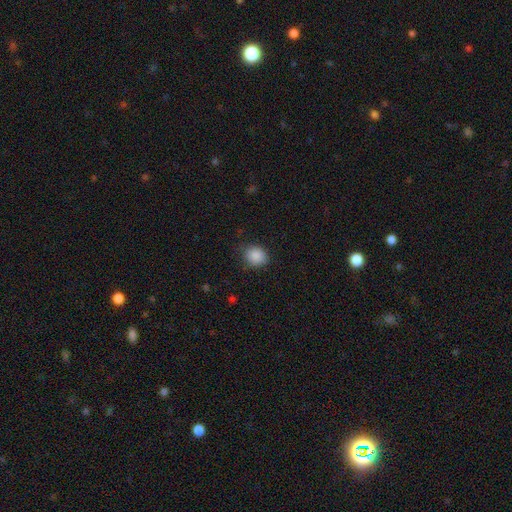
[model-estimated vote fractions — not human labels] Q: Smooth or featured?
A: smooth (88%); runner-up: star or artifact (9%)
Q: How rounded?
A: round (74%); runner-up: in between (25%)
Q: Merging?
A: none (78%); runner-up: minor disturbance (17%)